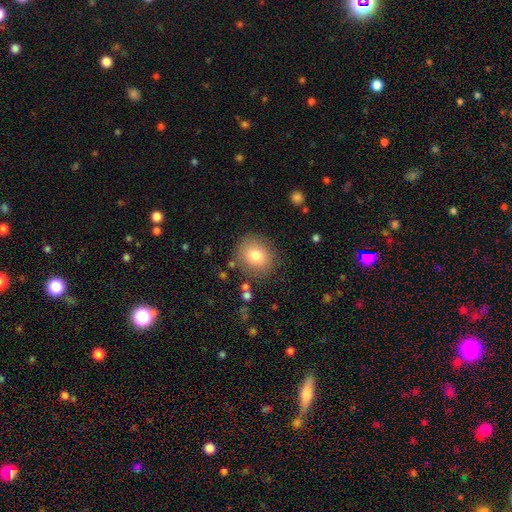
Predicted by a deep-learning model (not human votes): Smooth or featured: smooth — 79% (featured or disk — 11%)
How rounded: round — 81% (in between — 18%)
Merging: none — 83% (minor disturbance — 10%)